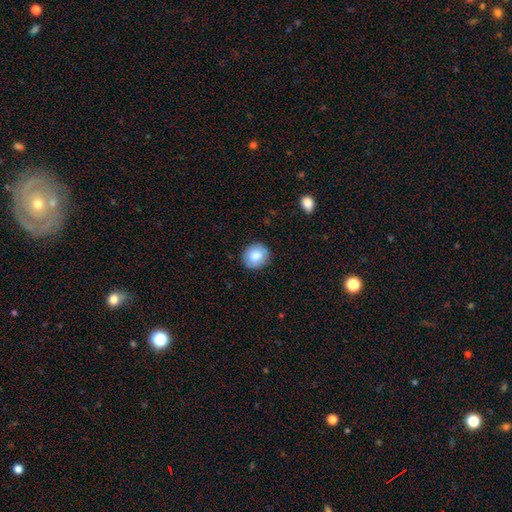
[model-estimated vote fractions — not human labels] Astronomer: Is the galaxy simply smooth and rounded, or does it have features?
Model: smooth — 82%.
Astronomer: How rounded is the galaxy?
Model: round — 87%.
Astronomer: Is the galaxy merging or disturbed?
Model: none — 88%.